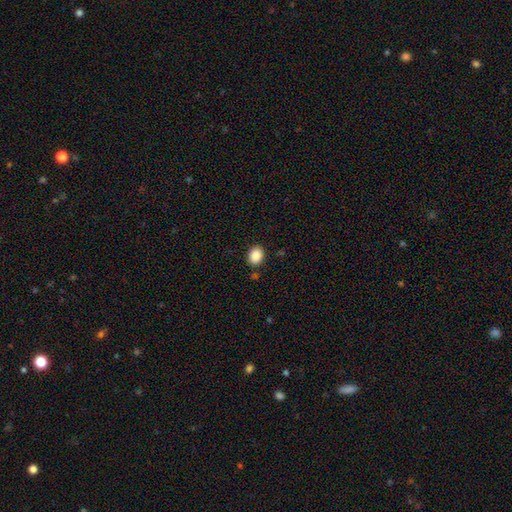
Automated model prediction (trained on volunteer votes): Smooth or featured: smooth — 88% (star or artifact — 9%)
How rounded: in between — 50% (round — 49%)
Merging: none — 87% (minor disturbance — 8%)